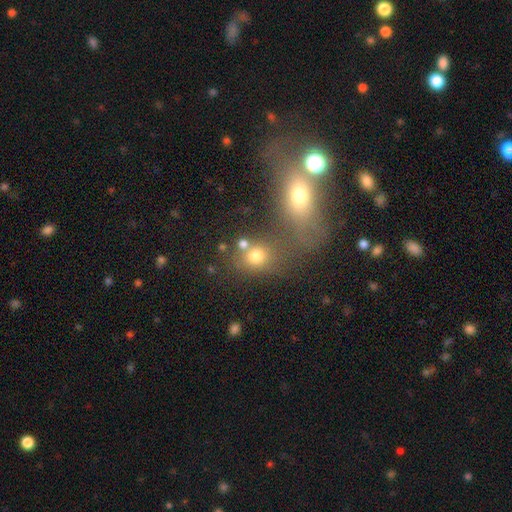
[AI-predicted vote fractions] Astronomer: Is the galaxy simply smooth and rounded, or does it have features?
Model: smooth — 72%.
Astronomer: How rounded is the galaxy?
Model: round — 69%.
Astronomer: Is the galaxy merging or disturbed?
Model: none — 48% (runner-up: merger, 35%).